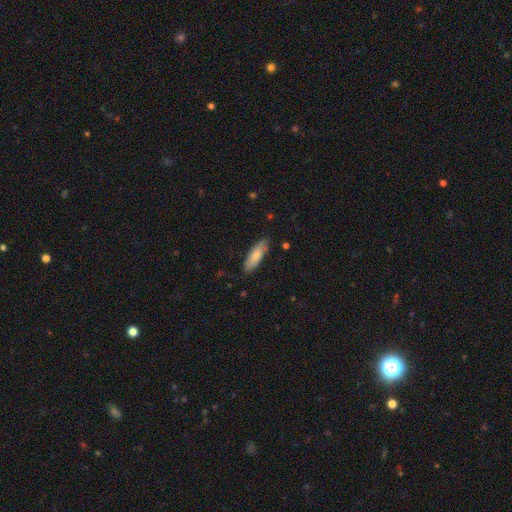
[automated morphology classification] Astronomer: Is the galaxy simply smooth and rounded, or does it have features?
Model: smooth — 78%.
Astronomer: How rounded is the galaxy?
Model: cigar-shaped — 50% (runner-up: in between, 48%).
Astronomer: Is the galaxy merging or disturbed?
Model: none — 81%.